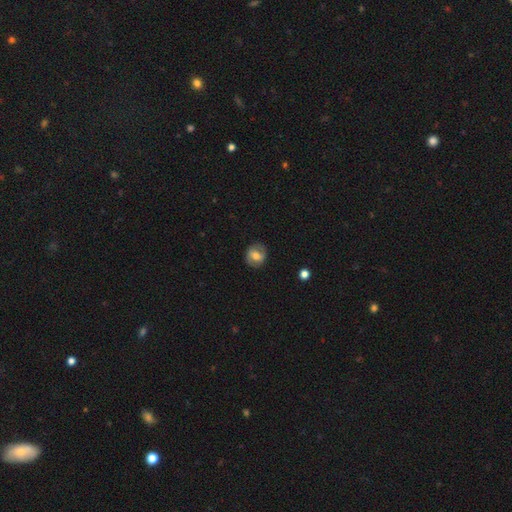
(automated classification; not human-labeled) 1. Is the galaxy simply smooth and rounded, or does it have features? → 49% smooth, 43% featured or disk, 8% star or artifact.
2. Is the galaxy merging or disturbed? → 83% none, 12% minor disturbance, 4% major disturbance, 1% merger.